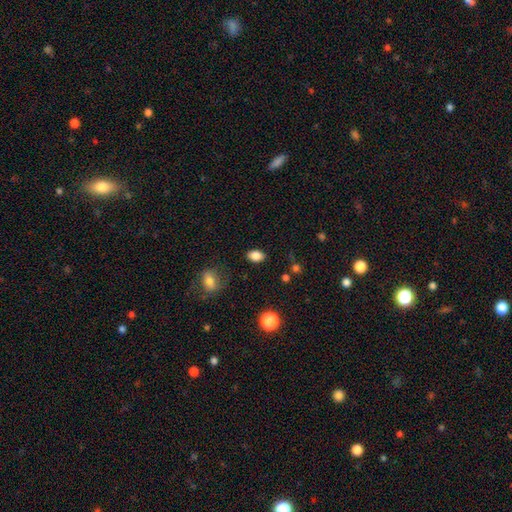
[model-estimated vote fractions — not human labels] Smooth or featured: smooth — 85% (star or artifact — 9%)
How rounded: in between — 84% (round — 14%)
Merging: none — 85% (minor disturbance — 10%)